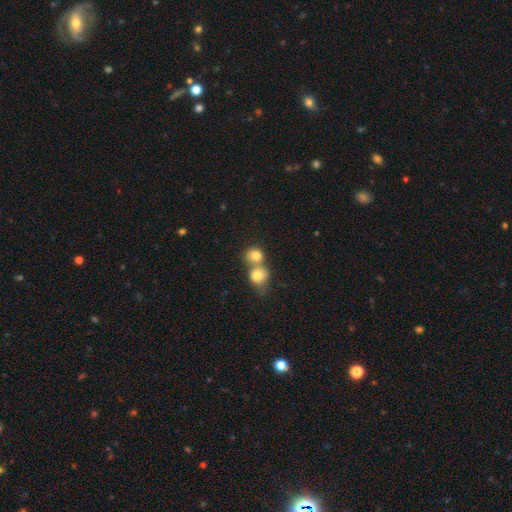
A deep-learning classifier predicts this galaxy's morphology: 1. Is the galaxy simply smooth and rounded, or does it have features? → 80% smooth, 10% featured or disk, 10% star or artifact.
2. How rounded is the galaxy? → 77% round, 22% in between, 1% cigar-shaped.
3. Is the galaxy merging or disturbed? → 62% merger, 30% none, 6% minor disturbance, 3% major disturbance.